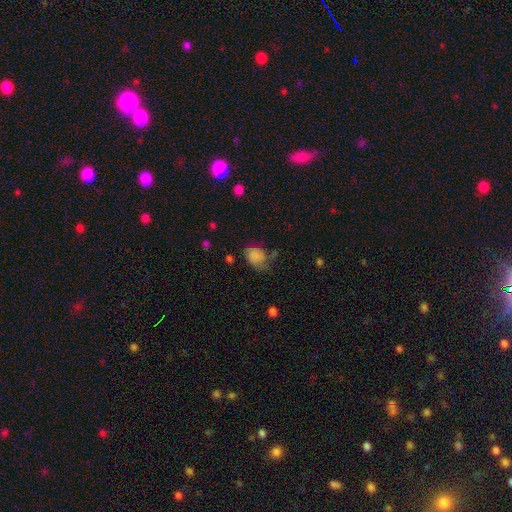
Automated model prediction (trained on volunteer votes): smooth 73%, featured or disk 17%, star or artifact 10%. Down the decision tree: how rounded — in between (71%); merging — none (38%).